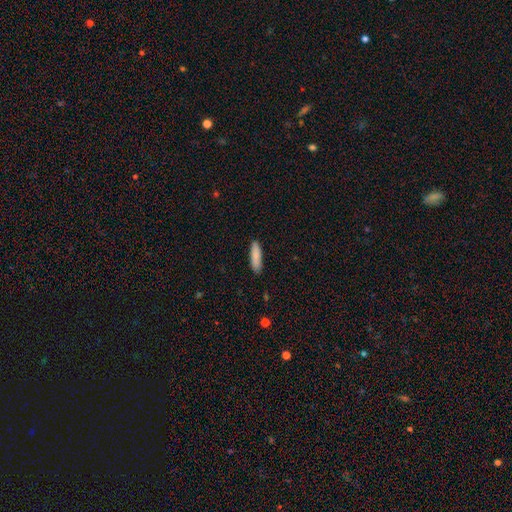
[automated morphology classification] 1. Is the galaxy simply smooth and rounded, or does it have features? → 86% smooth, 8% featured or disk, 6% star or artifact.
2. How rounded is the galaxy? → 67% cigar-shaped, 32% in between, 1% round.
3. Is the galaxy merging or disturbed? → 89% none, 8% minor disturbance, 2% major disturbance, 1% merger.